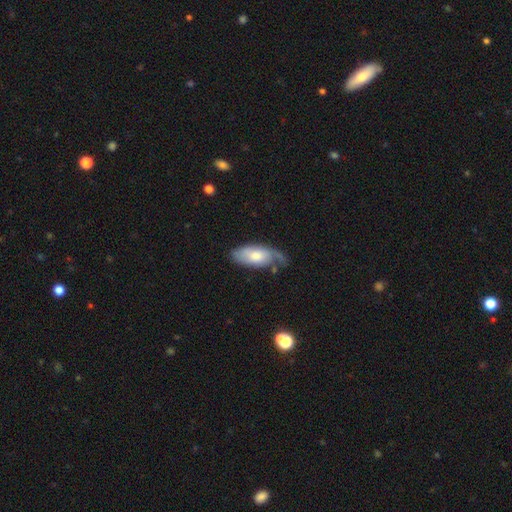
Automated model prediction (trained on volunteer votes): Morphology: type=smooth (55%); roundness=in between (88%); merging=none (45%).